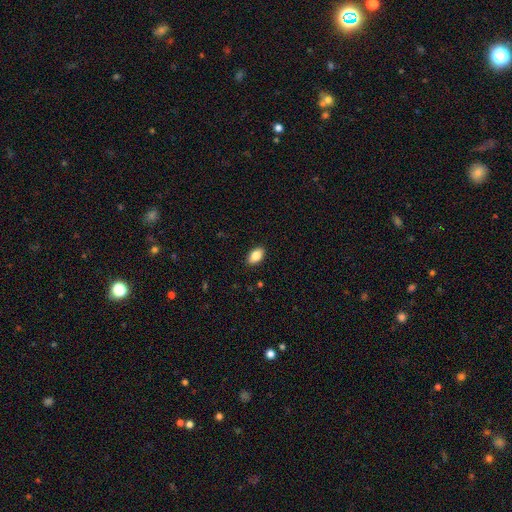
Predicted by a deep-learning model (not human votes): smooth_or_featured: smooth (p=0.85) [alt: featured or disk p=0.08]
how_rounded: in between (p=0.91) [alt: round p=0.07]
merging: none (p=0.89) [alt: minor disturbance p=0.09]